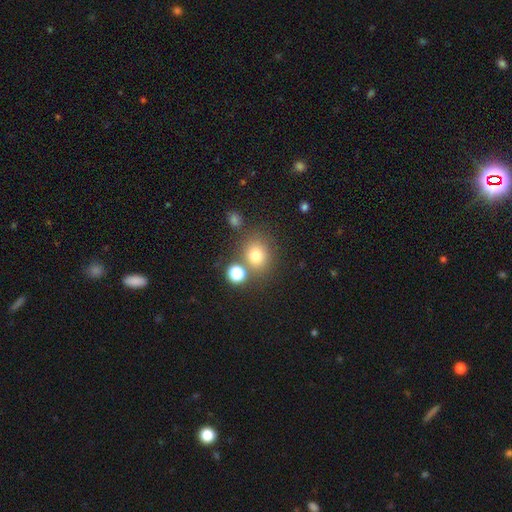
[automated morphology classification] Smooth or featured?
  - smooth: 76% *
  - star or artifact: 15%
  - featured or disk: 9%
How rounded?
  - round: 74% *
  - in between: 25%
  - cigar-shaped: 1%
Merging?
  - none: 67% *
  - merger: 16%
  - minor disturbance: 11%
  - major disturbance: 5%